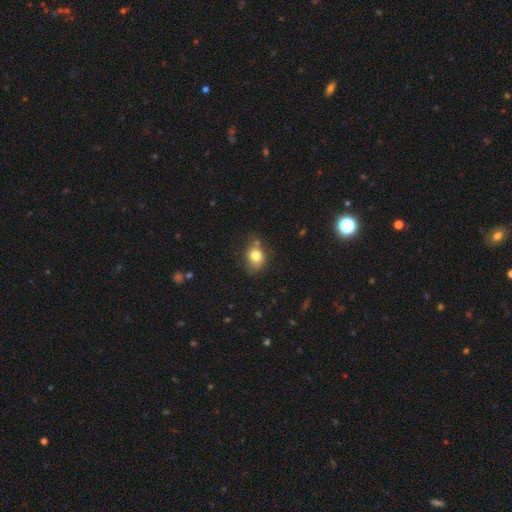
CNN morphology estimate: smooth_or_featured: smooth (p=0.78) [alt: featured or disk p=0.11]
how_rounded: round (p=0.53) [alt: in between p=0.46]
merging: none (p=0.59) [alt: minor disturbance p=0.26]